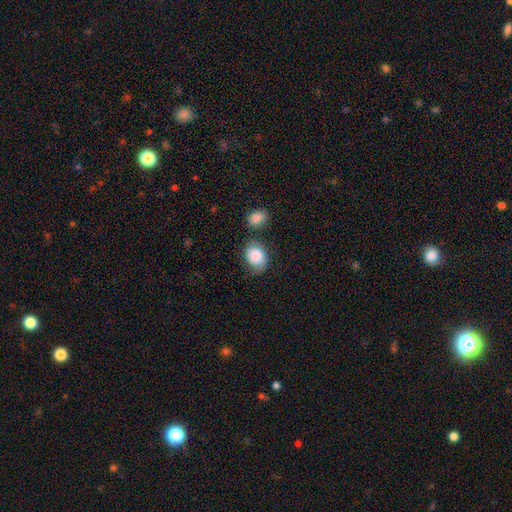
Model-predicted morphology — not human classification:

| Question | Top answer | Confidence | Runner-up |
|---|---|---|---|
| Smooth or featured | smooth | 72% | featured or disk (20%) |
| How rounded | in between | 54% | round (45%) |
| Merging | none | 51% | minor disturbance (28%) |